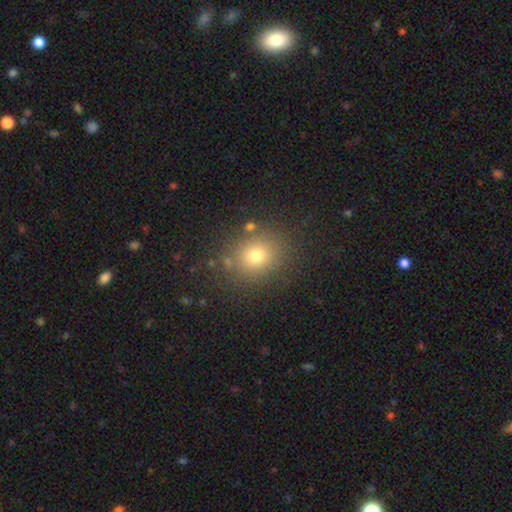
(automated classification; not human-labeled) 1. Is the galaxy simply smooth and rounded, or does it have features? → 73% smooth, 17% star or artifact, 10% featured or disk.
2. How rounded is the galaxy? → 70% round, 29% in between, 1% cigar-shaped.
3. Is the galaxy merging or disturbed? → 82% none, 10% minor disturbance, 4% major disturbance, 4% merger.